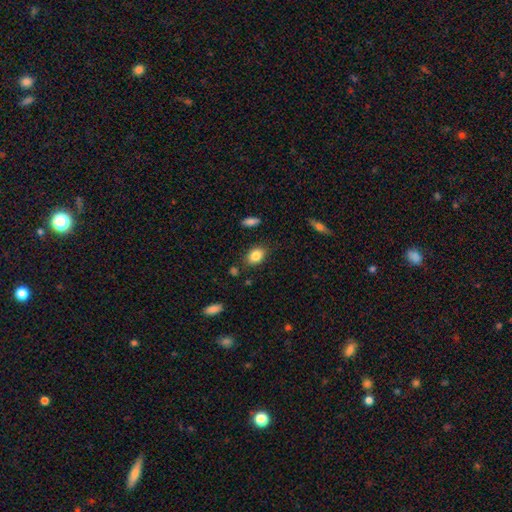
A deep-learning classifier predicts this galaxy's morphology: smooth-or-featured: smooth: 85% | star or artifact: 8% | featured or disk: 7%
  how-rounded: in between: 79% | round: 19% | cigar-shaped: 1%
  merging: none: 82% | minor disturbance: 12% | merger: 3% | major disturbance: 3%